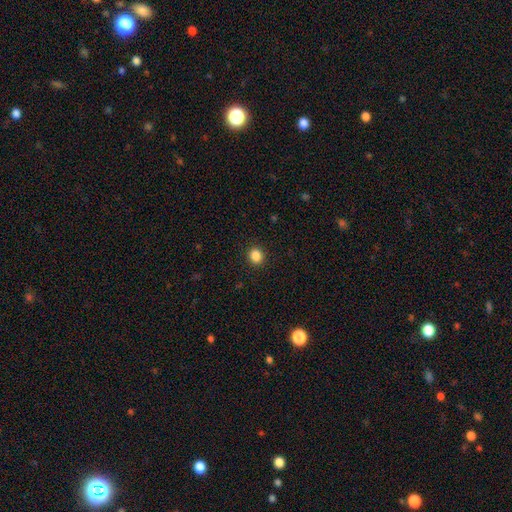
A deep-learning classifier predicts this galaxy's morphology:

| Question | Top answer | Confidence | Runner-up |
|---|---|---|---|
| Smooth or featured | smooth | 86% | star or artifact (11%) |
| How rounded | round | 73% | in between (26%) |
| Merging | none | 92% | minor disturbance (6%) |